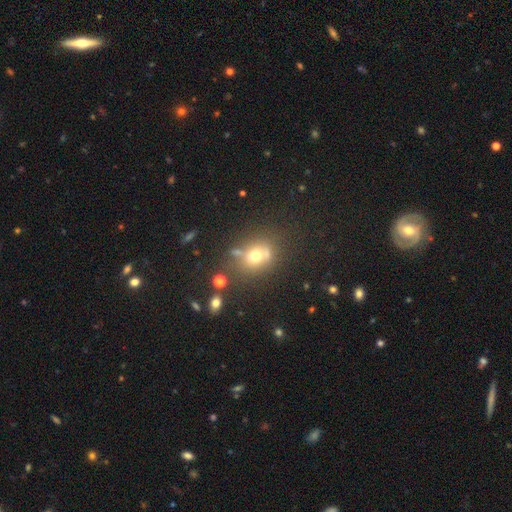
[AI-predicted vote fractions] This appears to be a smooth galaxy with no disk features (65%) that is round (65%). Merging: none (60%).